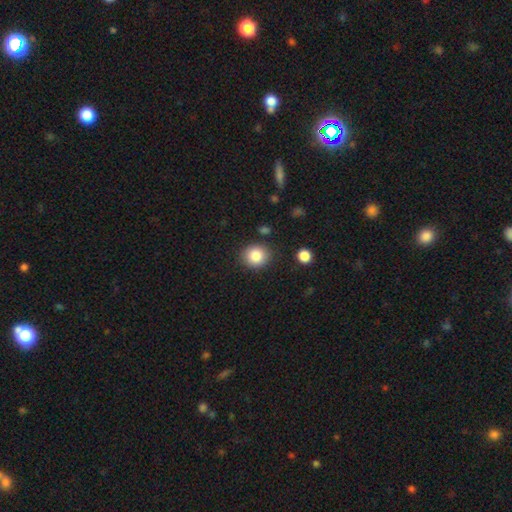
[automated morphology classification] A smooth galaxy with no disk features (85%) that is round (81%). Merging: none (86%).